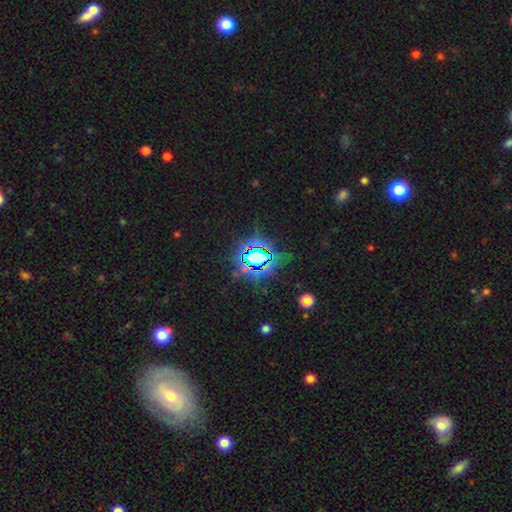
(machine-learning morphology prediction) This appears to be a star or artifact, not a galaxy (78%).